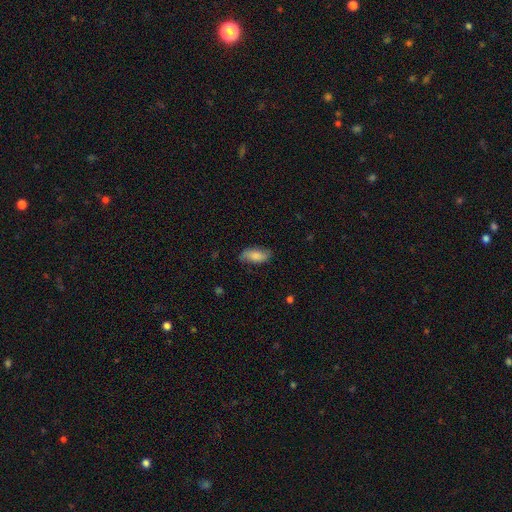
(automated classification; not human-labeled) This is clearly a smooth galaxy (80%). How rounded: clearly in between (86%). Merging: likely none (74%).